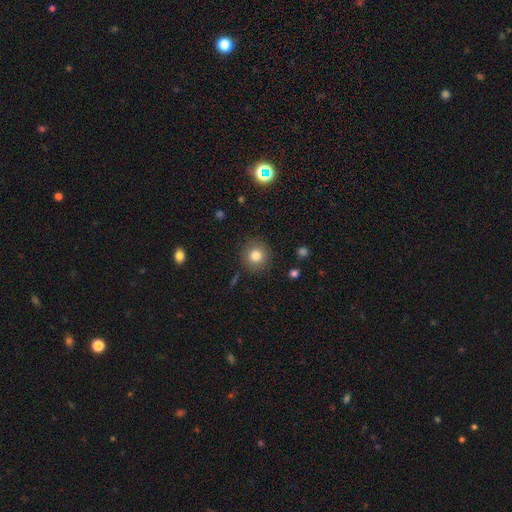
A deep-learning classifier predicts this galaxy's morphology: smooth 81%, star or artifact 11%, featured or disk 8%. Down the decision tree: how rounded — round (92%); merging — none (89%).